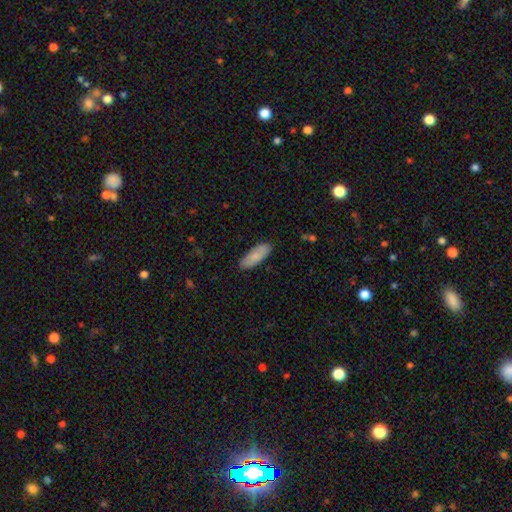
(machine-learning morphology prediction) A smooth galaxy with no disk features (83%) that is in between round and cigar-shaped (67%). Merging: none (86%).